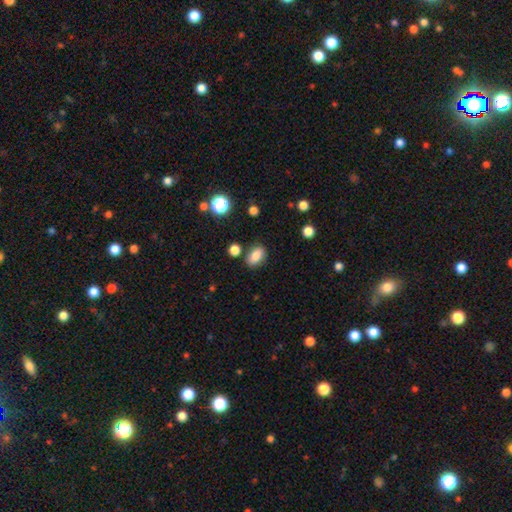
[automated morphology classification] smooth_or_featured: smooth (p=0.81) [alt: star or artifact p=0.10]
how_rounded: in between (p=0.82) [alt: round p=0.16]
merging: none (p=0.79) [alt: minor disturbance p=0.12]